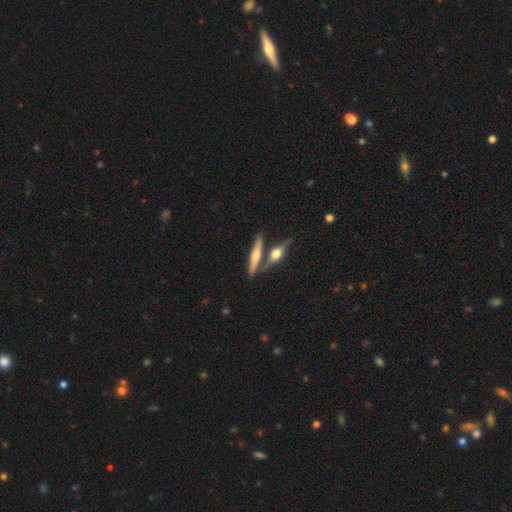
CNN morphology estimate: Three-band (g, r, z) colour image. It shows a featured or disk galaxy (58%) viewed edge-on (94%) with a rounded central bulge (88%). Merging: none (64%).